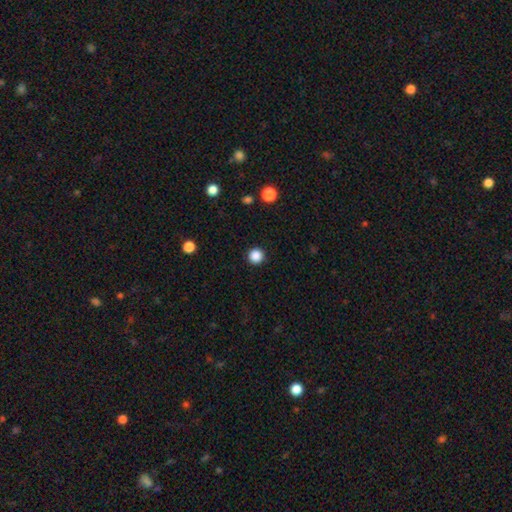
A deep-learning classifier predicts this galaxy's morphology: Smooth or featured?
  - smooth: 86% *
  - star or artifact: 11%
  - featured or disk: 3%
How rounded?
  - round: 96% *
  - in between: 3%
  - cigar-shaped: 1%
Merging?
  - none: 93% *
  - minor disturbance: 4%
  - major disturbance: 2%
  - merger: 1%